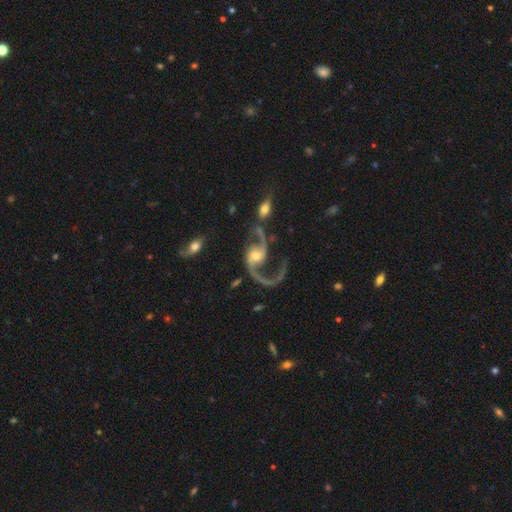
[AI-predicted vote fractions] Q: Smooth or featured?
A: featured or disk (90%); runner-up: star or artifact (5%)
Q: Edge-on disk?
A: no (97%); runner-up: yes (3%)
Q: Bar?
A: no (53%); runner-up: weak (35%)
Q: Spiral arms?
A: yes (96%); runner-up: no (4%)
Q: Spiral winding?
A: loose (74%); runner-up: medium (22%)
Q: Spiral arm count?
A: 2 (83%); runner-up: 1 (12%)
Q: Bulge size?
A: moderate (55%); runner-up: small (33%)
Q: Merging?
A: none (46%); runner-up: major disturbance (26%)